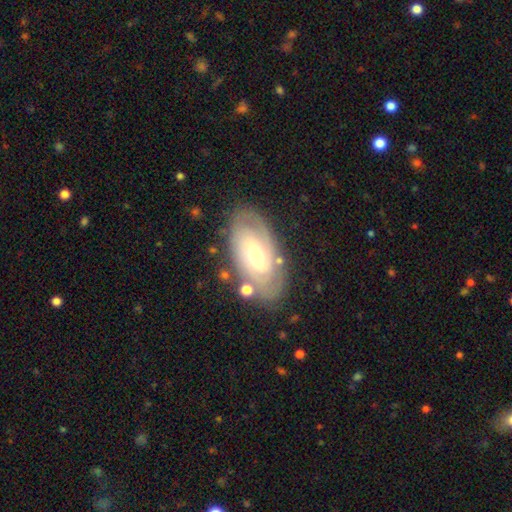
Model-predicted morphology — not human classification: Overall: featured or disk (77%). Edge-on disk: no (94%). Bar: no (57%; weak 33%). Spiral arms: yes (90%). Spiral arm count: 2 (42%; can't tell 35%). Spiral winding: tight (69%). Bulge size: moderate (53%; small 40%). Merging: none (76%).